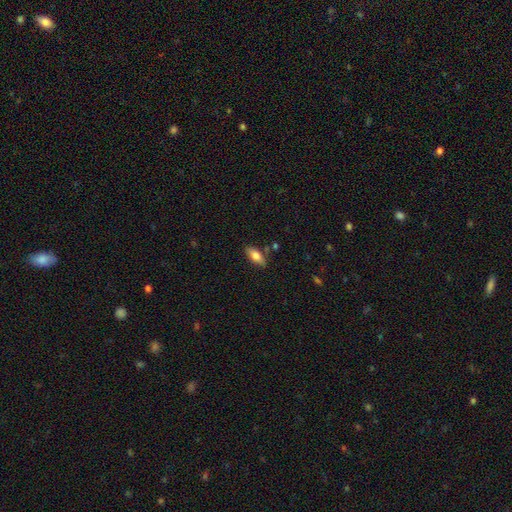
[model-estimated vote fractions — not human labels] Smooth or featured?
  - smooth: 76% *
  - featured or disk: 17%
  - star or artifact: 7%
How rounded?
  - in between: 82% *
  - cigar-shaped: 16%
  - round: 3%
Merging?
  - none: 80% *
  - minor disturbance: 13%
  - merger: 4%
  - major disturbance: 3%